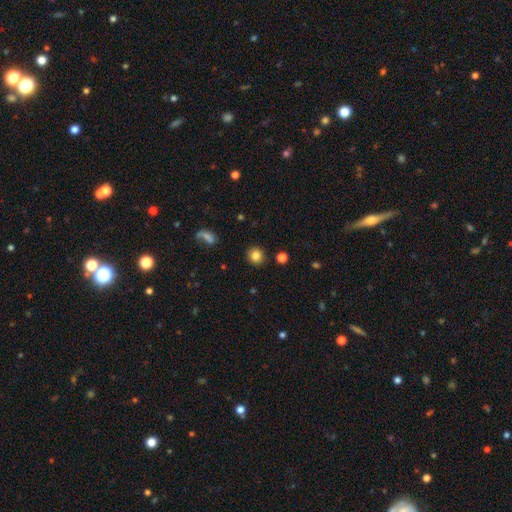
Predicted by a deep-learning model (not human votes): Q: Smooth or featured?
A: smooth (84%); runner-up: star or artifact (11%)
Q: How rounded?
A: round (88%); runner-up: in between (11%)
Q: Merging?
A: none (90%); runner-up: minor disturbance (6%)